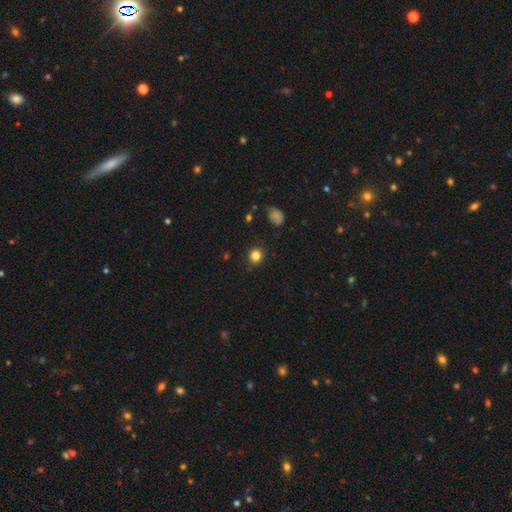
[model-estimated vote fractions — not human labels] This appears to be a smooth galaxy with no disk features (83%) that is round (89%). Merging: none (89%).